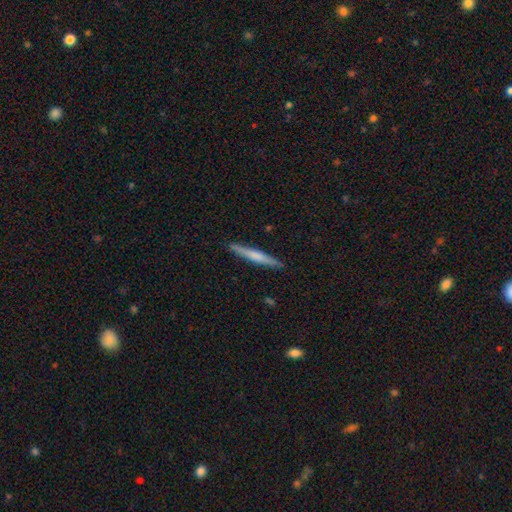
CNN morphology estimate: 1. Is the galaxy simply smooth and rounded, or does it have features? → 53% smooth, 42% featured or disk, 5% star or artifact.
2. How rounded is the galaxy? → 96% cigar-shaped, 3% in between, 1% round.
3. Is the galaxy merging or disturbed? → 91% none, 7% minor disturbance, 1% major disturbance, 1% merger.